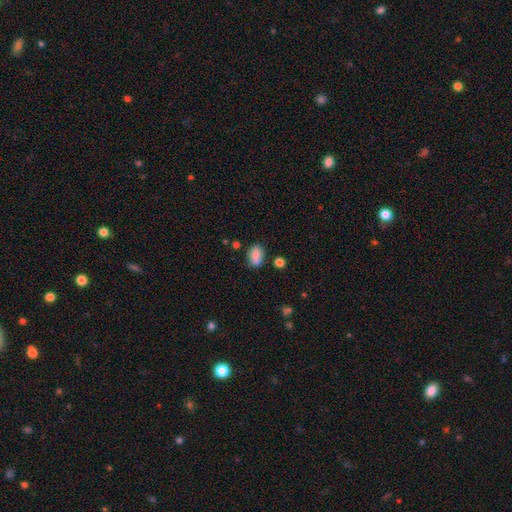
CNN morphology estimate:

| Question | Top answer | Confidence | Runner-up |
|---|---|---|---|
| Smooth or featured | smooth | 82% | star or artifact (10%) |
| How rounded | in between | 83% | round (13%) |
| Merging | none | 64% | minor disturbance (21%) |